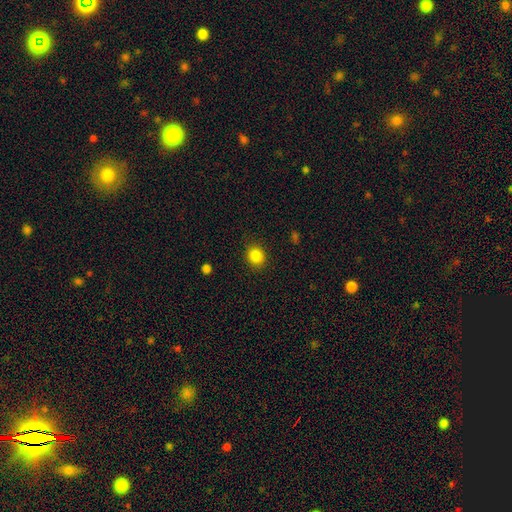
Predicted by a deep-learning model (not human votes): smooth 85%, star or artifact 11%, featured or disk 4%. Down the decision tree: how rounded — round (75%); merging — none (89%).